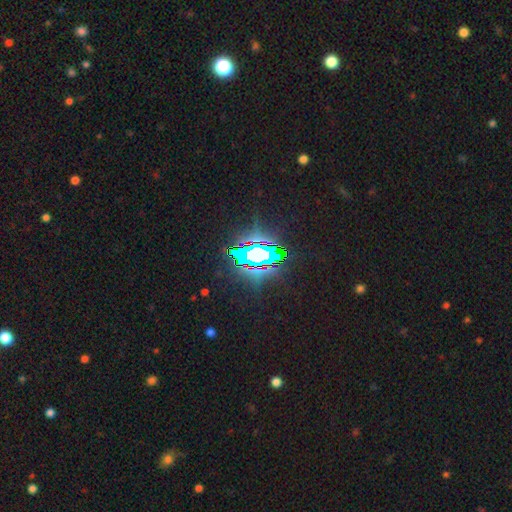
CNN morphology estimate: smooth_or_featured: star or artifact (p=0.76) [alt: featured or disk p=0.13]